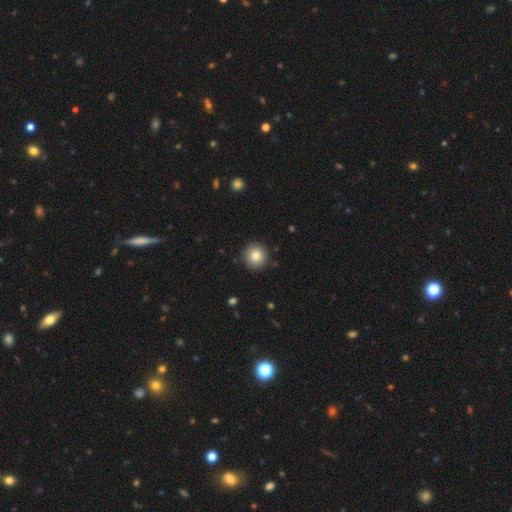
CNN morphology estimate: type=smooth (84%); roundness=round (94%); merging=none (91%).